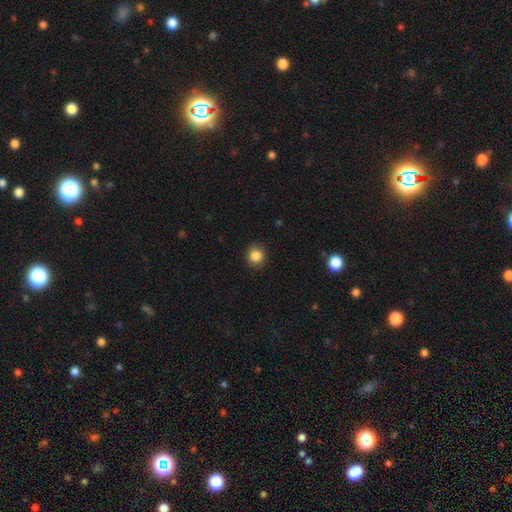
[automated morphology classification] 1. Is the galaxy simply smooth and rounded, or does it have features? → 86% smooth, 10% star or artifact, 4% featured or disk.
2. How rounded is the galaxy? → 90% round, 9% in between, 1% cigar-shaped.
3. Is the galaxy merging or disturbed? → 91% none, 7% minor disturbance, 2% major disturbance, 1% merger.